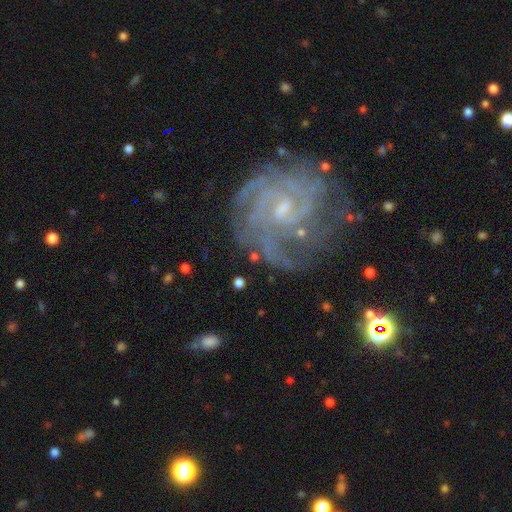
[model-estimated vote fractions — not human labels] The model was most divided on "spiral arm count": can't tell: 30%, 2: 22%, 3: 22%, 4: 12%, more than 4: 7%, 1: 7%. More confident: edge-on disk — no (98%); spiral arms — yes (94%); smooth or featured — featured or disk (84%); merging — none (61%); bulge size — small (55%); bar — weak (53%); spiral winding — tight (52%).